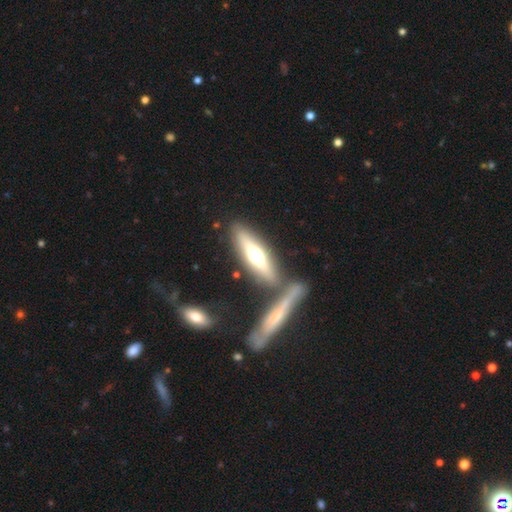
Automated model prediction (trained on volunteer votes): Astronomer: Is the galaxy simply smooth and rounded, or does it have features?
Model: featured or disk — 53% (runner-up: smooth, 40%).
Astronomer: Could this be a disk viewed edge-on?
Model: yes — 85%.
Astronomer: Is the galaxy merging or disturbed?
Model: none — 68%.